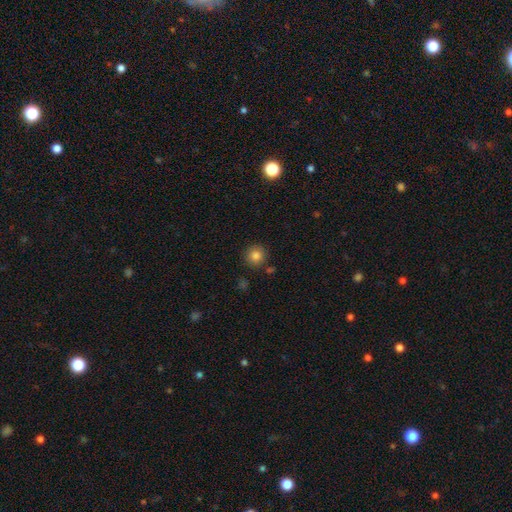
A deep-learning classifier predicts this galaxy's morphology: Smooth or featured? smooth (84%)
How rounded? round (92%)
Merging? none (86%)